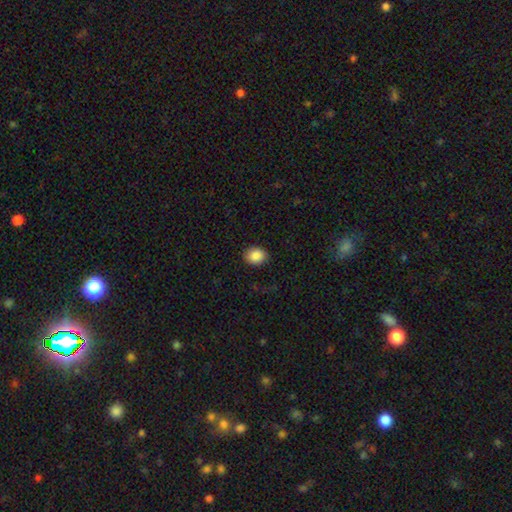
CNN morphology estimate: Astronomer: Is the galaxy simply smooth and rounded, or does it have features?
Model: smooth — 88%.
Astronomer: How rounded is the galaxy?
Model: round — 60% (runner-up: in between, 39%).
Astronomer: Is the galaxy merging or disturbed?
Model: none — 87%.